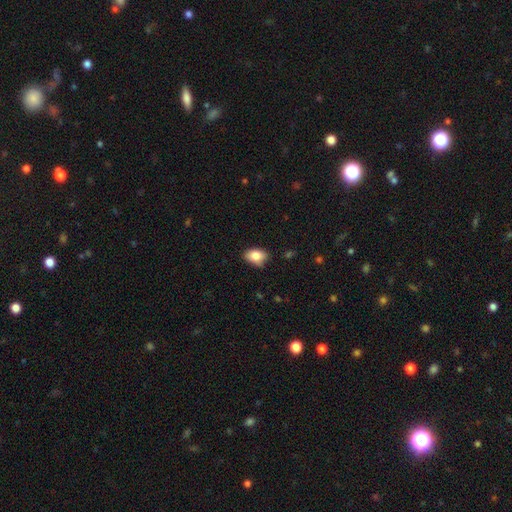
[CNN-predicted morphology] smooth_or_featured: smooth (p=0.84) [alt: featured or disk p=0.08]
how_rounded: in between (p=0.82) [alt: round p=0.16]
merging: none (p=0.75) [alt: minor disturbance p=0.20]